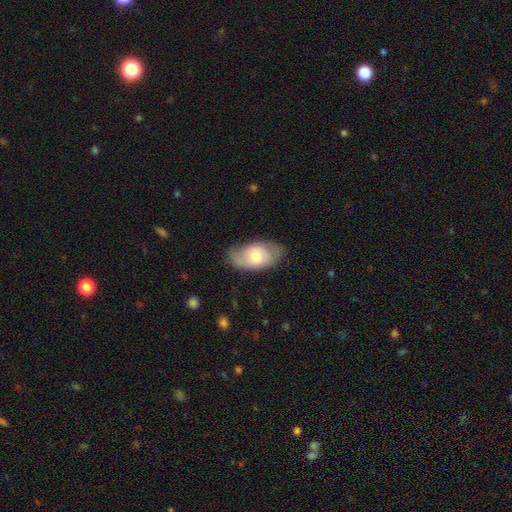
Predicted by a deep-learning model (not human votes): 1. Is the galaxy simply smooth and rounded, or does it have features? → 60% smooth, 34% featured or disk, 6% star or artifact.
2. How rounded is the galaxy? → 93% in between, 5% round, 2% cigar-shaped.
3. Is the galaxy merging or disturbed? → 72% none, 22% minor disturbance, 5% major disturbance, 1% merger.